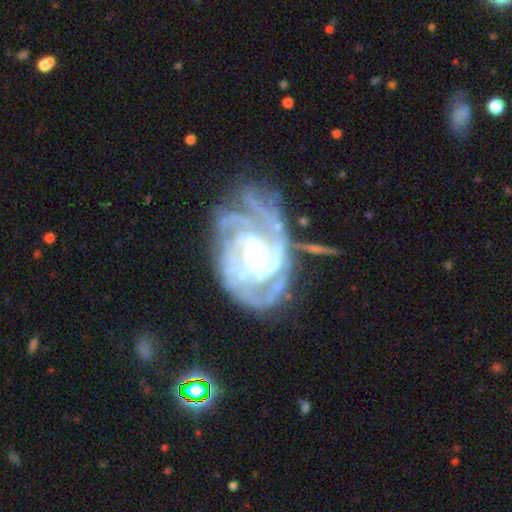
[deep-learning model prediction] Overall: featured or disk (89%). Edge-on disk: no (97%). Bar: no (63%; weak 27%). Spiral arms: yes (94%). Spiral arm count: can't tell (28%; 3 24%). Spiral winding: tight (62%; medium 30%). Bulge size: moderate (50%; small 45%). Merging: none (47%; minor disturbance 25%).